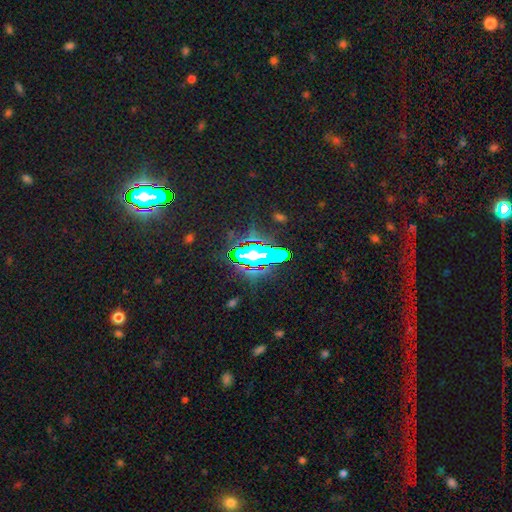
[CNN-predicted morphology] star or artifact 62%, smooth 24%, featured or disk 14%.